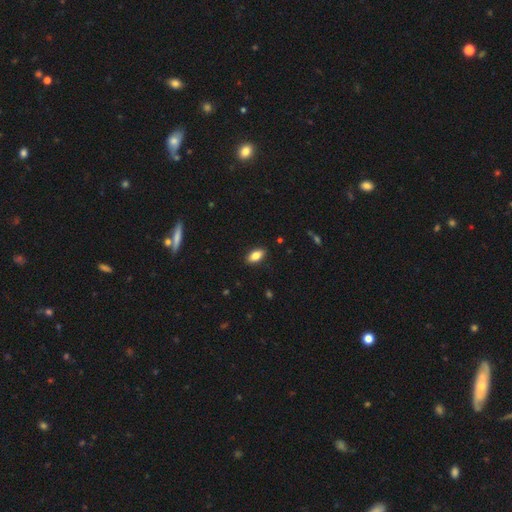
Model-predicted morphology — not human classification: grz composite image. It shows a smooth galaxy with no disk features (81%) that is in between round and cigar-shaped (89%). Merging: none (89%).